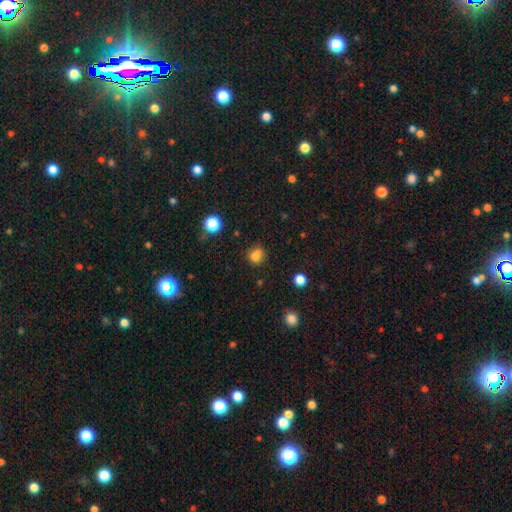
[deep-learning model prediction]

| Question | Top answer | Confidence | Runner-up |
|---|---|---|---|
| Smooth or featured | smooth | 77% | star or artifact (15%) |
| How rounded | round | 73% | in between (26%) |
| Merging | none | 61% | merger (19%) |